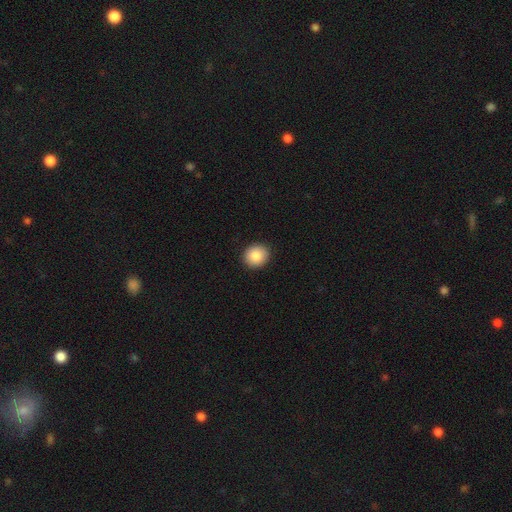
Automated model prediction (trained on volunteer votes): smooth-or-featured: smooth: 85% | star or artifact: 8% | featured or disk: 7%
  how-rounded: round: 83% | in between: 16% | cigar-shaped: 1%
  merging: none: 92% | minor disturbance: 6% | major disturbance: 2% | merger: 1%